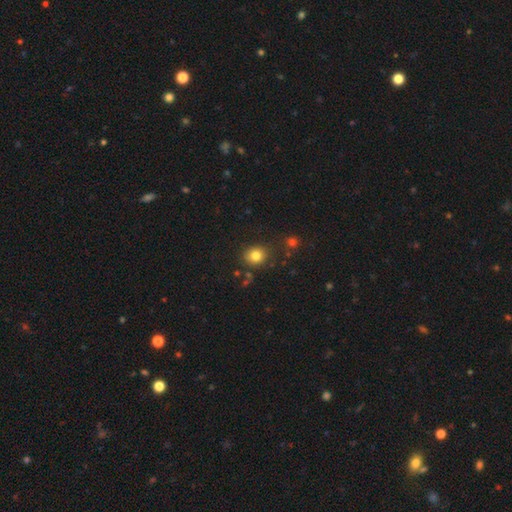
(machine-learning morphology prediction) type=smooth (81%); roundness=round (73%); merging=none (81%).